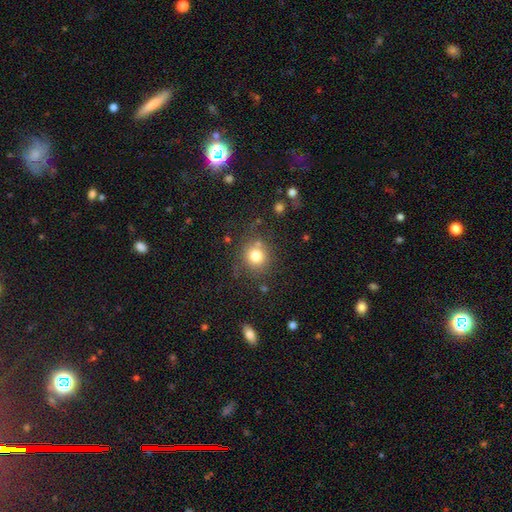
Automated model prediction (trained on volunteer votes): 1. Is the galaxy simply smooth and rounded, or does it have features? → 79% smooth, 13% star or artifact, 8% featured or disk.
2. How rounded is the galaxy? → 89% round, 10% in between, 1% cigar-shaped.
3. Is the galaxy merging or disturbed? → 77% none, 12% minor disturbance, 7% merger, 5% major disturbance.